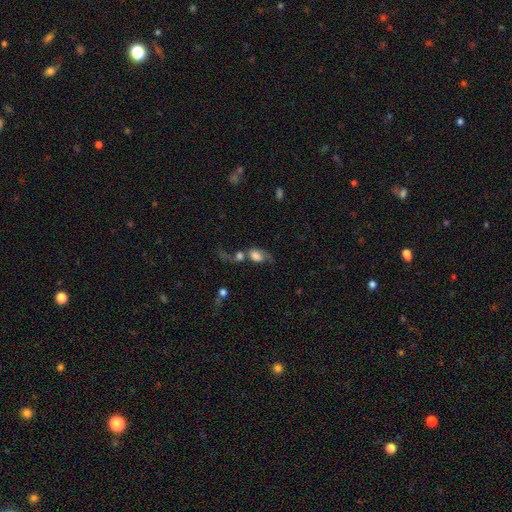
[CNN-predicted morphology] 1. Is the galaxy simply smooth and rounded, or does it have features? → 58% smooth, 30% featured or disk, 11% star or artifact.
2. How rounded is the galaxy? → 72% in between, 25% round, 3% cigar-shaped.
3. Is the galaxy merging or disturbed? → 57% merger, 19% major disturbance, 15% none, 9% minor disturbance.